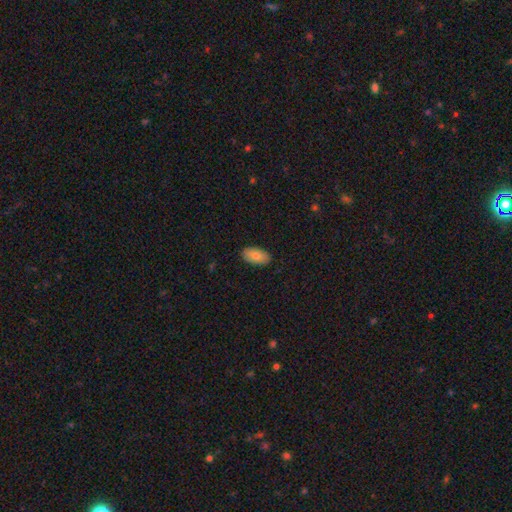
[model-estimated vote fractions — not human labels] Smooth or featured? Predicted: smooth (p=0.84). How rounded? Predicted: in between (p=0.95). Merging? Predicted: none (p=0.88).